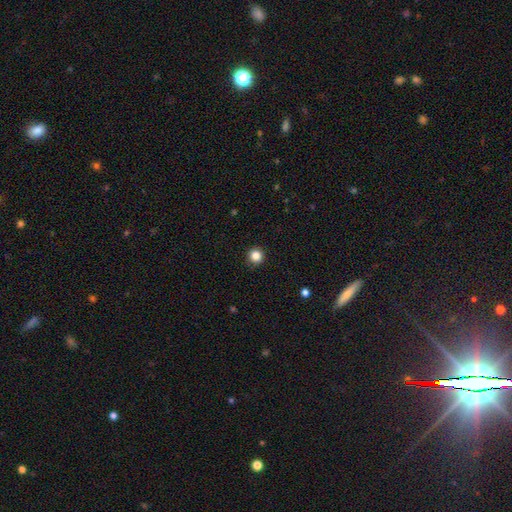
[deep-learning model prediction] smooth_or_featured: smooth (p=0.85) [alt: star or artifact p=0.12]
how_rounded: round (p=0.95) [alt: in between p=0.04]
merging: none (p=0.91) [alt: minor disturbance p=0.06]